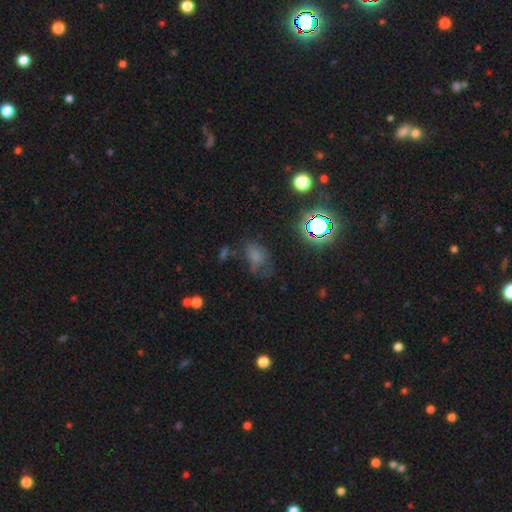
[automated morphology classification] The model was most divided on "merging": none: 46%, minor disturbance: 28%, major disturbance: 21%, merger: 5%. More confident: how rounded — in between (75%); smooth or featured — smooth (58%).